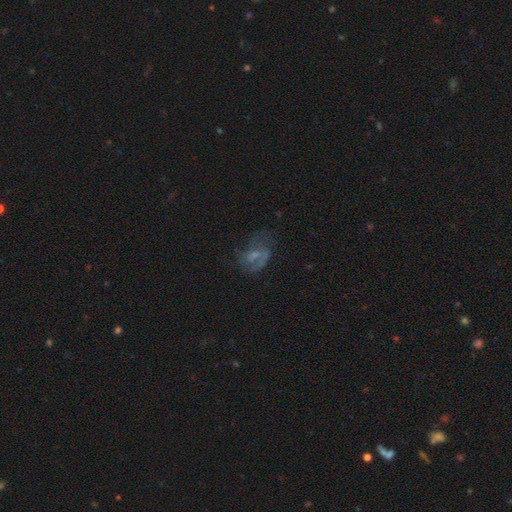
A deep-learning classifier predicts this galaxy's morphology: smooth-or-featured: featured or disk: 60% | smooth: 27% | star or artifact: 13%
  disk-edge-on: no: 96% | yes: 4%
    bar: weak: 45% | no: 38% | strong: 17%
    has-spiral-arms: yes: 69% | no: 31%
    bulge-size: small: 41% | none: 32% | moderate: 23% | large: 3% | dominant: 1%
  merging: none: 44% | major disturbance: 31% | minor disturbance: 22% | merger: 3%